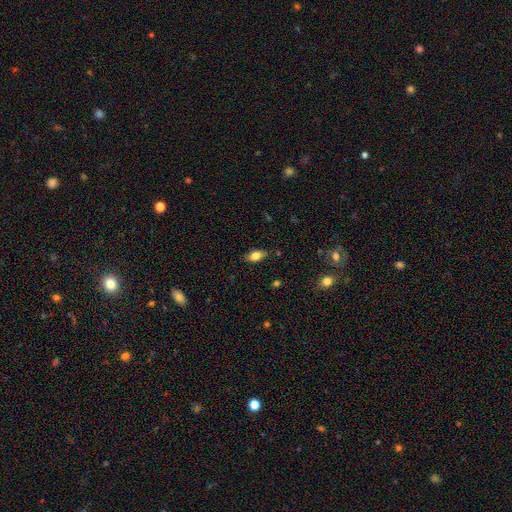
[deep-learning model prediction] Overall: smooth (78%). How rounded: in between (86%). Merging: none (77%).